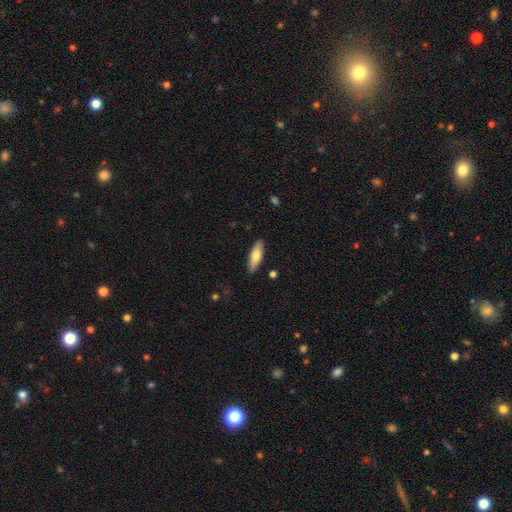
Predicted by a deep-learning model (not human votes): Q: Smooth or featured?
A: smooth (76%); runner-up: featured or disk (18%)
Q: How rounded?
A: in between (56%); runner-up: cigar-shaped (42%)
Q: Merging?
A: none (88%); runner-up: minor disturbance (9%)